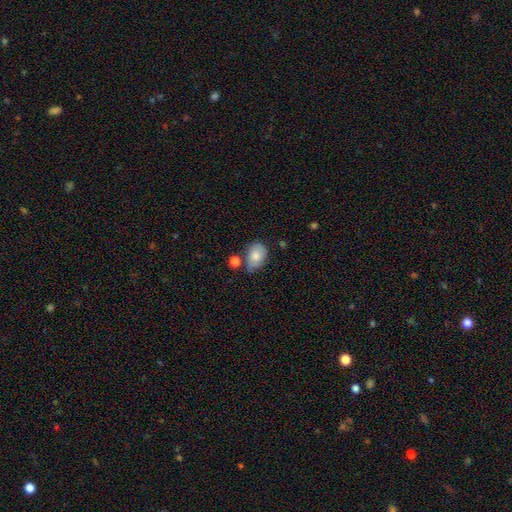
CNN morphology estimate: Overall: smooth (77%). How rounded: in between (74%). Merging: none (47%; minor disturbance 32%).